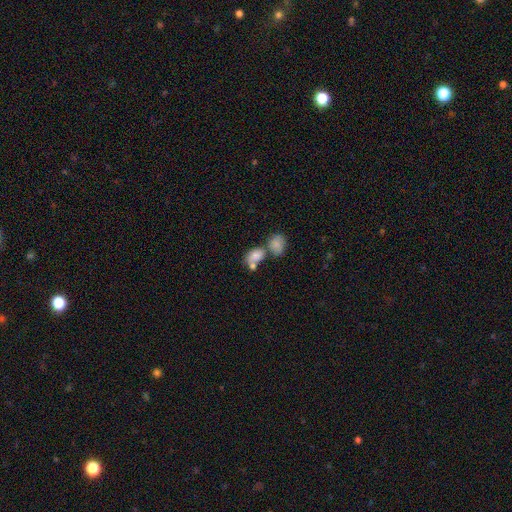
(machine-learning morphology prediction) smooth 79%, featured or disk 12%, star or artifact 9%. Down the decision tree: how rounded — in between (76%); merging — merger (56%).